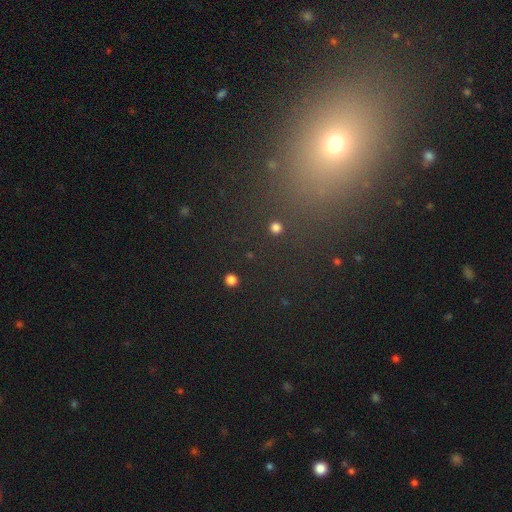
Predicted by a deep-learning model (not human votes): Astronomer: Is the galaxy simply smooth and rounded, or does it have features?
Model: smooth — 50% (runner-up: star or artifact, 40%).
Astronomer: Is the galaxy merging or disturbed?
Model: none — 87%.